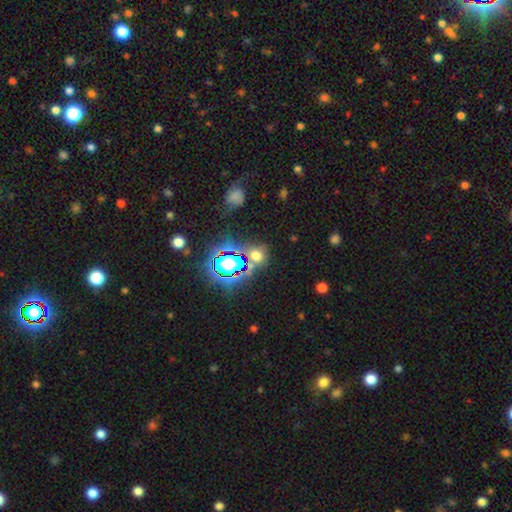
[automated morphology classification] This is possibly a smooth galaxy (48%). Merging: likely none (73%).